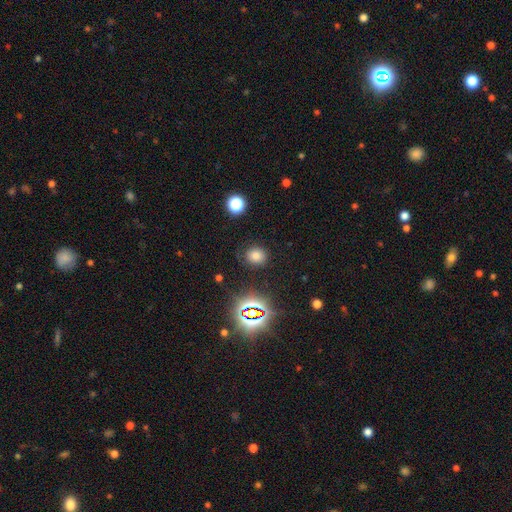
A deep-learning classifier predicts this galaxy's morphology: Q: Smooth or featured?
A: smooth (72%); runner-up: star or artifact (21%)
Q: How rounded?
A: round (73%); runner-up: in between (26%)
Q: Merging?
A: none (82%); runner-up: minor disturbance (12%)